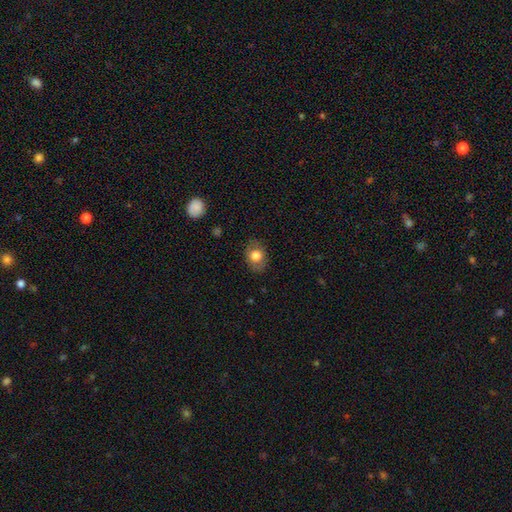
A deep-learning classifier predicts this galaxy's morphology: type=smooth (75%); roundness=in between (60%); merging=none (81%).